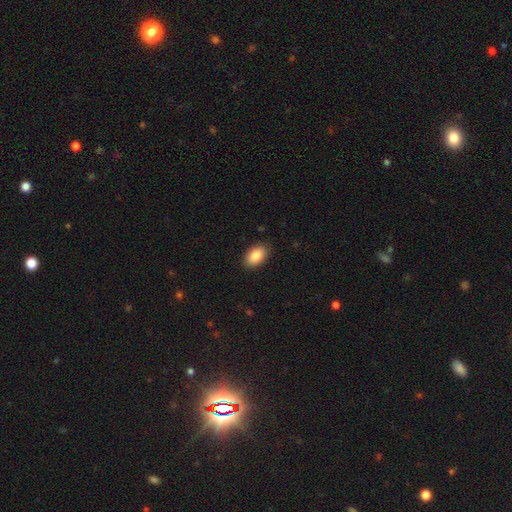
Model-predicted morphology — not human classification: smooth 89%, star or artifact 7%, featured or disk 5%. Down the decision tree: how rounded — in between (93%); merging — none (87%).